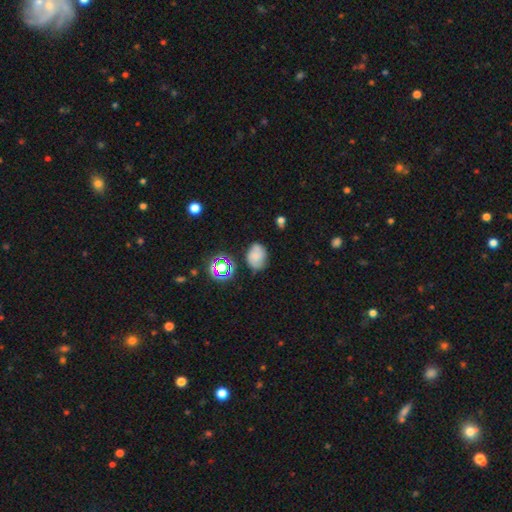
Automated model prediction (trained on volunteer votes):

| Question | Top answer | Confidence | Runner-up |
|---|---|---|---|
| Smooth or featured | smooth | 64% | featured or disk (20%) |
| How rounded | in between | 59% | round (40%) |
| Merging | none | 65% | minor disturbance (25%) |